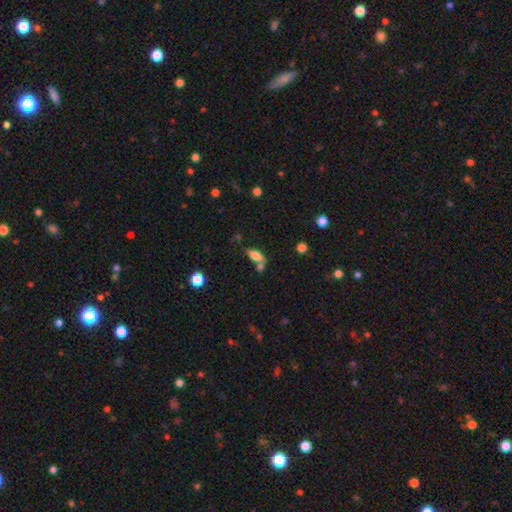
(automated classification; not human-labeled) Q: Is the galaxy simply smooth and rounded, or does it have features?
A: smooth — 77%.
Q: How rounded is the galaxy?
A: in between — 83%.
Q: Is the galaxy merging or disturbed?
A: none — 45%.